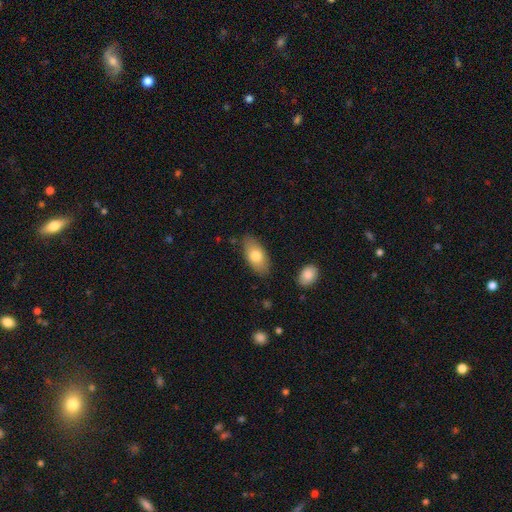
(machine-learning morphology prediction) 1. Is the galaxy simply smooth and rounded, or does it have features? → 75% smooth, 18% featured or disk, 6% star or artifact.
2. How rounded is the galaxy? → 90% in between, 6% cigar-shaped, 4% round.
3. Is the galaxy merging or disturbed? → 82% none, 13% minor disturbance, 3% major disturbance, 2% merger.